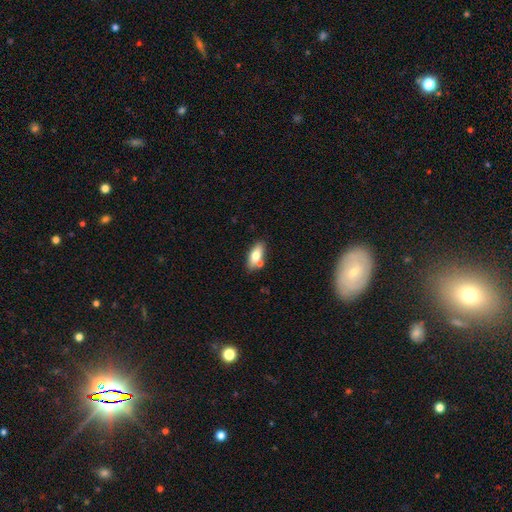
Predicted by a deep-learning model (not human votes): smooth 68%, featured or disk 25%, star or artifact 7%. Down the decision tree: how rounded — in between (78%); merging — none (67%).